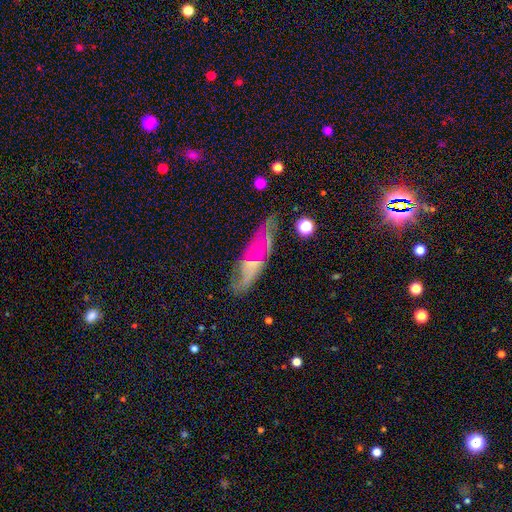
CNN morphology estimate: This appears to be a featured or disk galaxy (58%). Merging: none (68%).